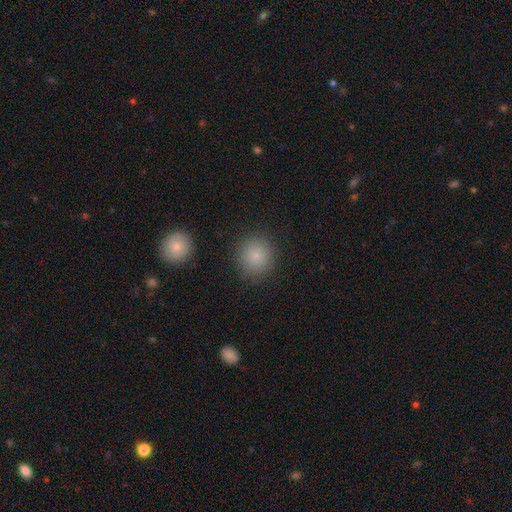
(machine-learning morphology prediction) The model was most divided on "smooth or featured": smooth: 83%, star or artifact: 11%, featured or disk: 7%. More confident: merging — none (88%); how rounded — round (86%).